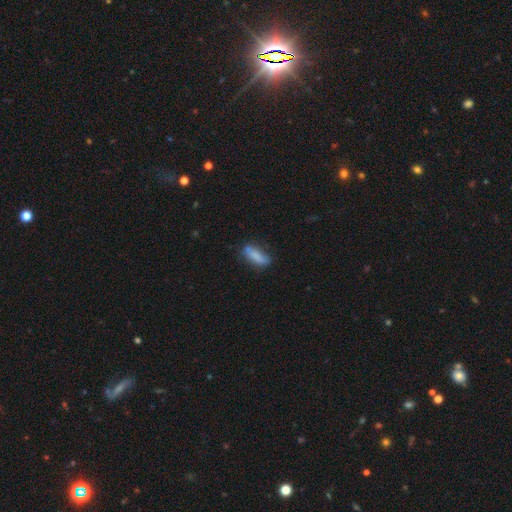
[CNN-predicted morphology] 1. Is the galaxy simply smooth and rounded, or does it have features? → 77% smooth, 16% featured or disk, 8% star or artifact.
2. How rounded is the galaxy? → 57% in between, 41% cigar-shaped, 3% round.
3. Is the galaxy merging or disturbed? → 60% none, 26% minor disturbance, 8% major disturbance, 6% merger.